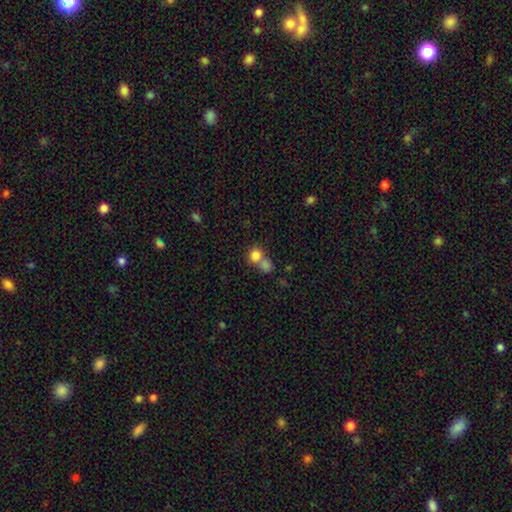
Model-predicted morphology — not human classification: A smooth galaxy with no disk features (81%) that is round (82%). Merging: merger (52%).